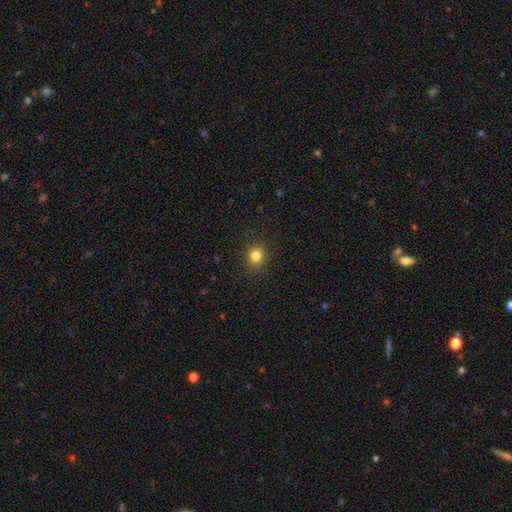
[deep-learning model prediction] Smooth or featured? Predicted: smooth (p=0.82). How rounded? Predicted: round (p=0.73). Merging? Predicted: none (p=0.90).